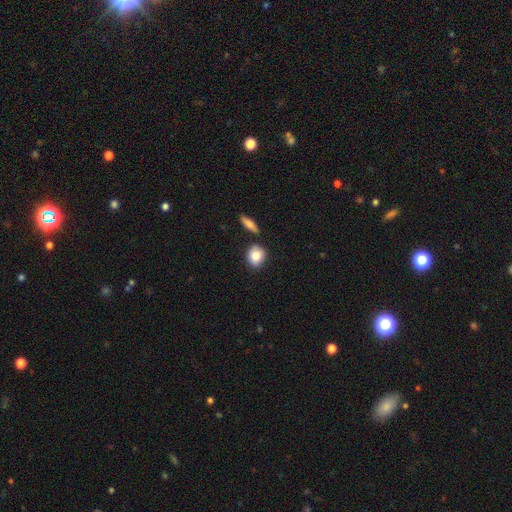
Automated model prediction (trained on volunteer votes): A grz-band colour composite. It shows a smooth galaxy with no disk features (84%) that is round (52%). Merging: none (76%).